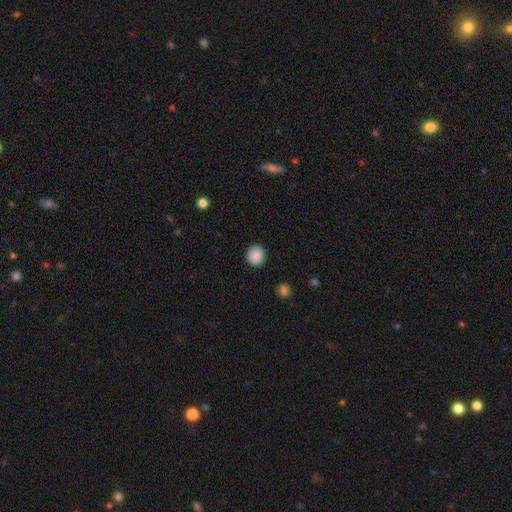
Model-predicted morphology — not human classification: The model was most divided on "how rounded": round: 88%, in between: 11%, cigar-shaped: 1%. More confident: merging — none (90%); smooth or featured — smooth (89%).